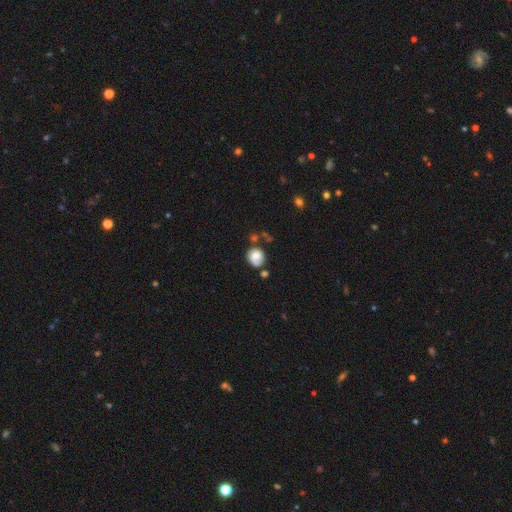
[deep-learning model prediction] Morphology: type=smooth (65%); roundness=round (78%); merging=none (51%).